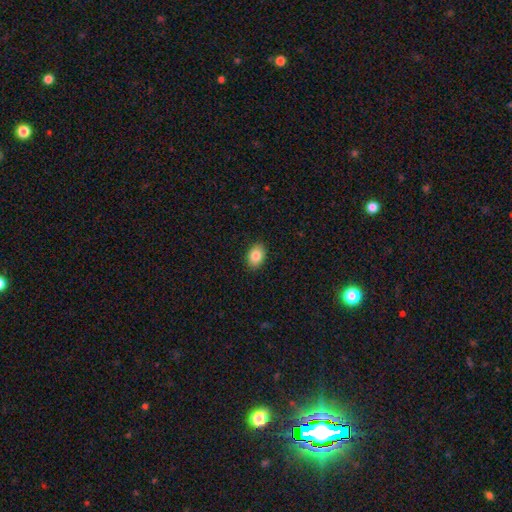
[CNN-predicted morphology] Smooth or featured: smooth — 85% (star or artifact — 8%)
How rounded: in between — 81% (round — 18%)
Merging: none — 89% (minor disturbance — 8%)